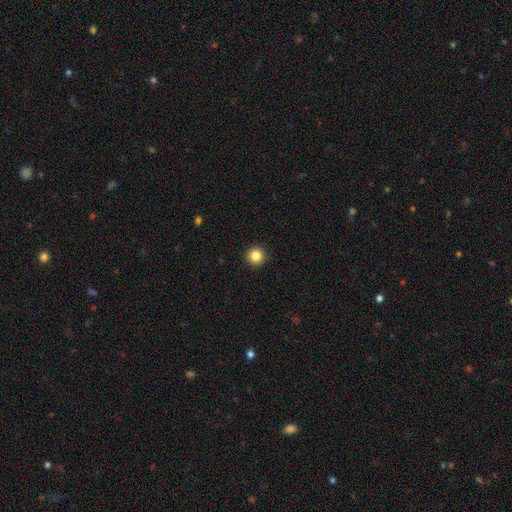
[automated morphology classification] Q: Smooth or featured?
A: smooth (85%); runner-up: star or artifact (10%)
Q: How rounded?
A: round (96%); runner-up: in between (3%)
Q: Merging?
A: none (93%); runner-up: minor disturbance (4%)